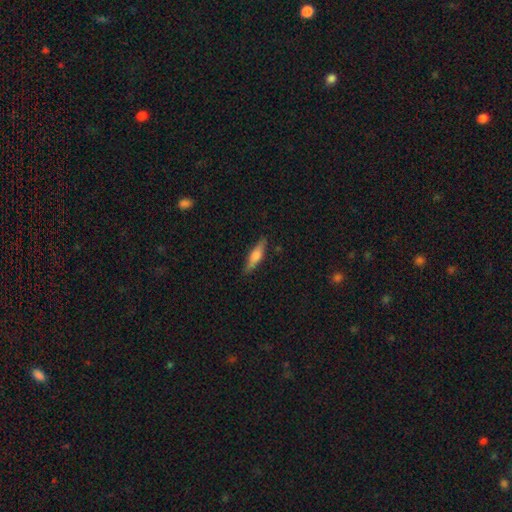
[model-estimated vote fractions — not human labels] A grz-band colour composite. It shows a smooth galaxy with no disk features (56%) that is cigar-shaped (70%). Merging: none (85%).